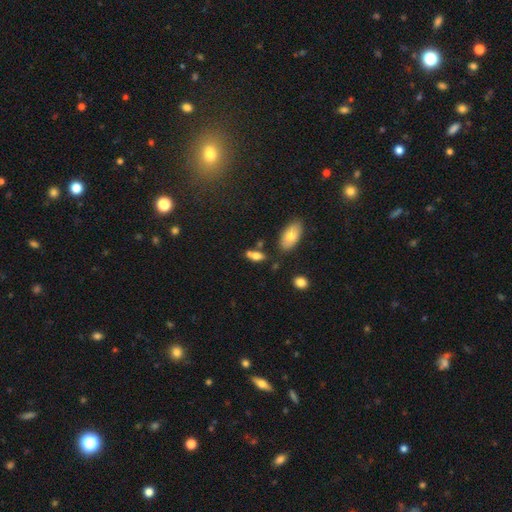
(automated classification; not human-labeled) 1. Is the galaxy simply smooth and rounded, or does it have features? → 71% smooth, 20% featured or disk, 10% star or artifact.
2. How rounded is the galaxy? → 80% in between, 13% cigar-shaped, 7% round.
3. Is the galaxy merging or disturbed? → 54% none, 25% merger, 15% minor disturbance, 6% major disturbance.